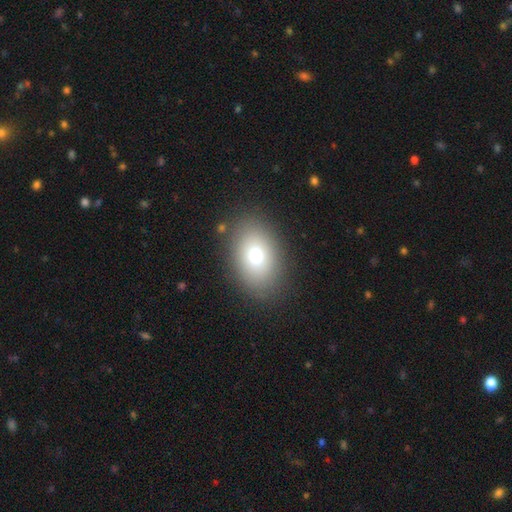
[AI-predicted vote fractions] Q: Smooth or featured?
A: smooth (75%); runner-up: featured or disk (15%)
Q: How rounded?
A: in between (82%); runner-up: round (17%)
Q: Merging?
A: none (85%); runner-up: minor disturbance (10%)